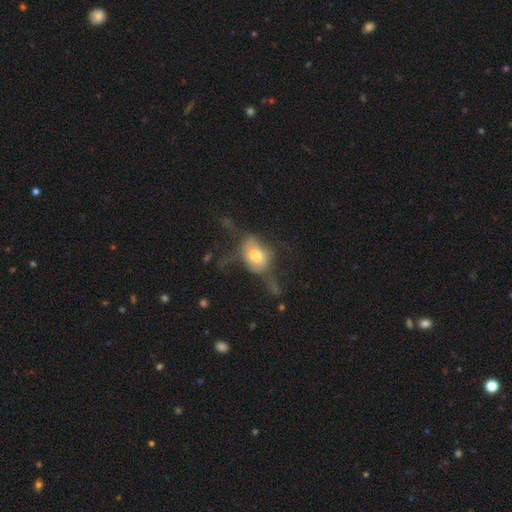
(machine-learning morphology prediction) This appears to be a smooth galaxy with no disk features (53%) that is in between round and cigar-shaped (68%). Merging: major disturbance (44%).